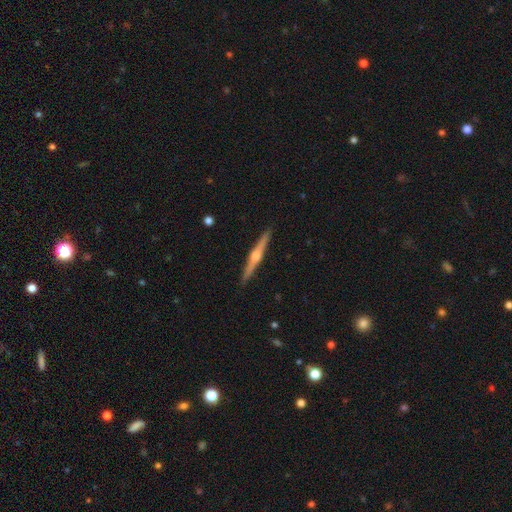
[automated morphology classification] Smooth or featured?
  - featured or disk: 75% *
  - smooth: 19%
  - star or artifact: 6%
Edge-on disk?
  - yes: 98% *
  - no: 2%
Edge-on bulge?
  - rounded: 87% *
  - none: 8%
  - boxy: 5%
Merging?
  - none: 92% *
  - minor disturbance: 6%
  - major disturbance: 1%
  - merger: 1%